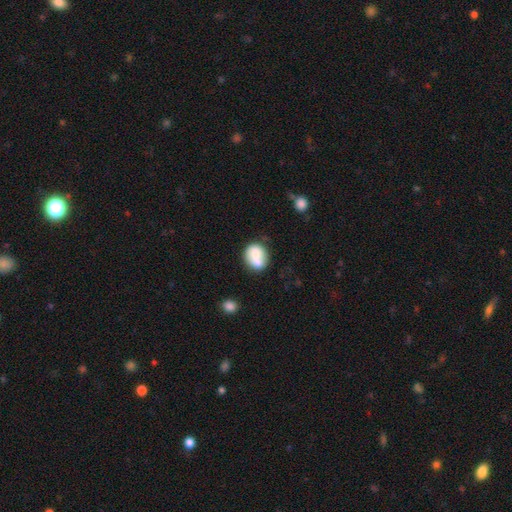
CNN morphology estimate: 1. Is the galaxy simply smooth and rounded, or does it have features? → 72% smooth, 20% featured or disk, 8% star or artifact.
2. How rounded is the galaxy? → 61% round, 38% in between, 1% cigar-shaped.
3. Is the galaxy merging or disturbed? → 54% none, 20% minor disturbance, 20% merger, 6% major disturbance.